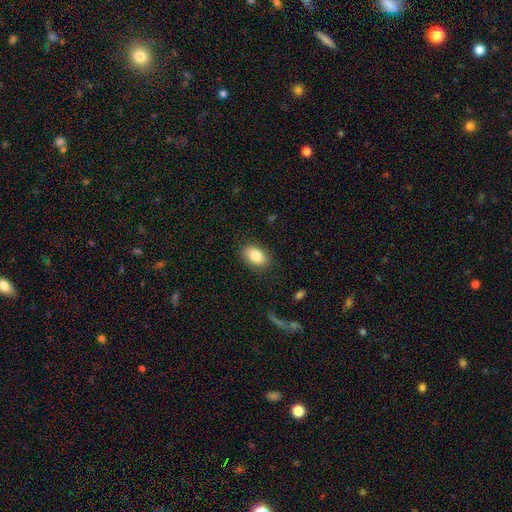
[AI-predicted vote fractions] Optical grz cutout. It shows a smooth galaxy with no disk features (83%) that is in between round and cigar-shaped (88%). Merging: none (86%).